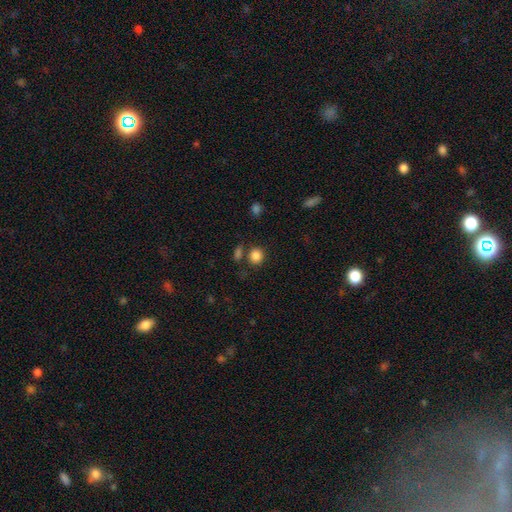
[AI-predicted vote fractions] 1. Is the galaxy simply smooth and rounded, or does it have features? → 85% smooth, 11% star or artifact, 5% featured or disk.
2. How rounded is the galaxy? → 77% round, 22% in between, 1% cigar-shaped.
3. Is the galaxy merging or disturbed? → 72% none, 12% merger, 11% minor disturbance, 5% major disturbance.